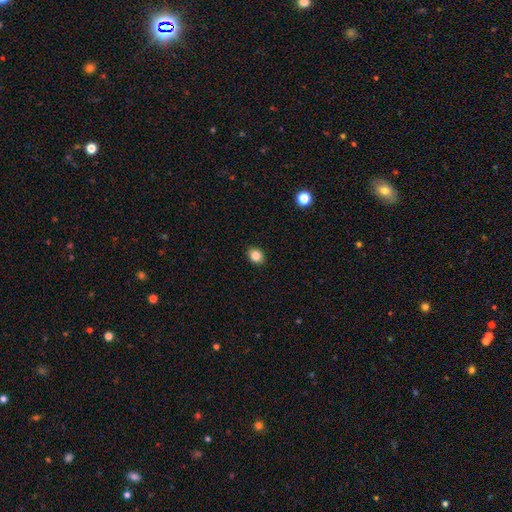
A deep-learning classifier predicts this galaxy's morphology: This is clearly a smooth galaxy (85%). How rounded: possibly round (53%). Merging: clearly none (91%).